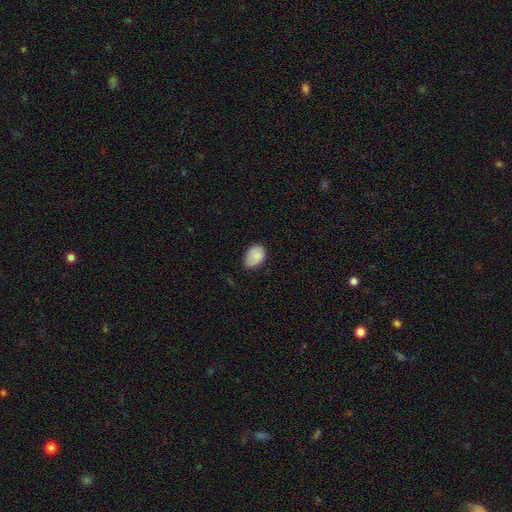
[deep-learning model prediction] Q: Smooth or featured?
A: smooth (86%); runner-up: star or artifact (8%)
Q: How rounded?
A: in between (78%); runner-up: round (21%)
Q: Merging?
A: none (64%); runner-up: minor disturbance (29%)